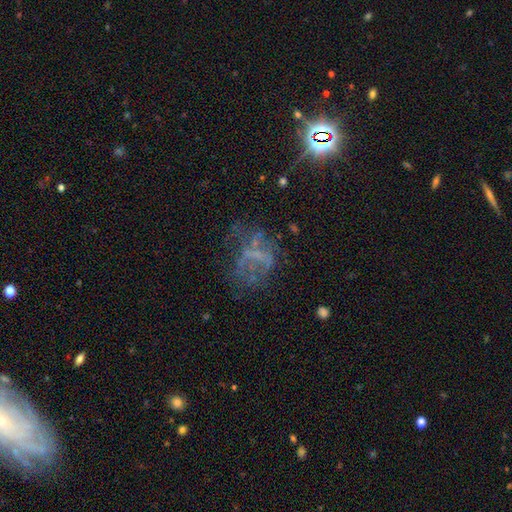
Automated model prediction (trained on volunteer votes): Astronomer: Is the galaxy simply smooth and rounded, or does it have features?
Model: featured or disk — 48% (runner-up: star or artifact, 33%).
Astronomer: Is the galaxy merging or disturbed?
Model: none — 44% (runner-up: major disturbance, 35%).